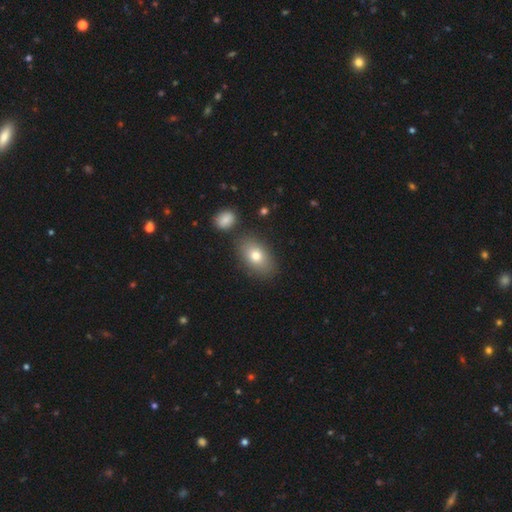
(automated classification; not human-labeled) smooth-or-featured: smooth: 77% | featured or disk: 14% | star or artifact: 9%
  how-rounded: in between: 87% | round: 11% | cigar-shaped: 2%
  merging: none: 81% | minor disturbance: 10% | merger: 6% | major disturbance: 3%